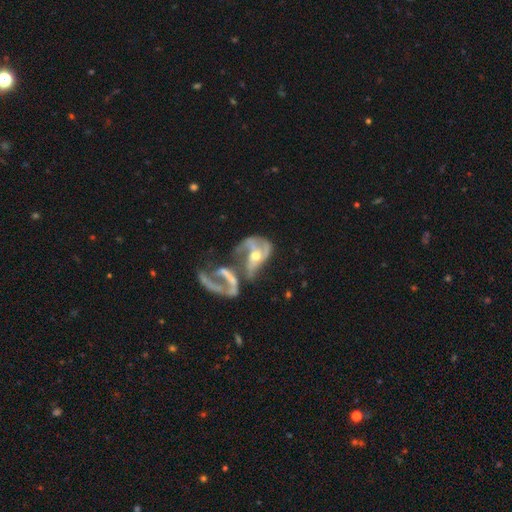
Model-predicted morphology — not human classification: This is likely a featured or disk galaxy (78%). It is clearly not viewed edge-on (96%). Bar: likely no (62%). Spiral arm pattern: likely yes (71%). Spiral arm count: marginally 2 (40%). Spiral winding: possibly loose (58%). Central bulge: likely moderate (63%). Merging: possibly merger (53%).